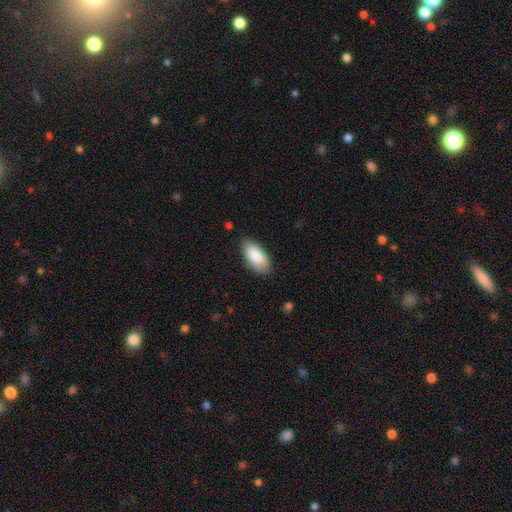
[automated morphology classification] Overall: smooth (85%). How rounded: in between (92%). Merging: none (82%).